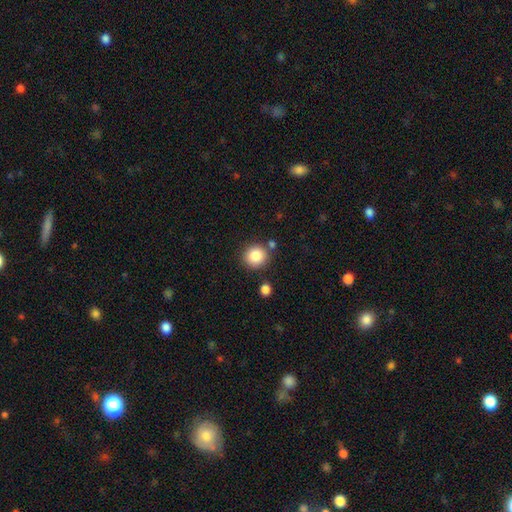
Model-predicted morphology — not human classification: Q: Smooth or featured?
A: smooth (86%); runner-up: star or artifact (9%)
Q: How rounded?
A: round (91%); runner-up: in between (8%)
Q: Merging?
A: none (82%); runner-up: minor disturbance (9%)